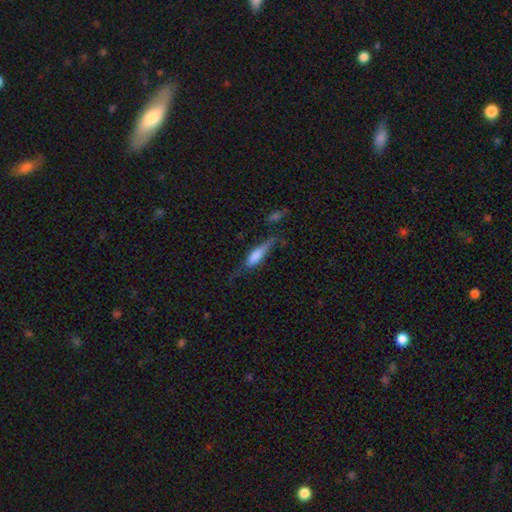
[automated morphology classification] type=smooth (58%); roundness=cigar-shaped (60%); merging=none (46%).